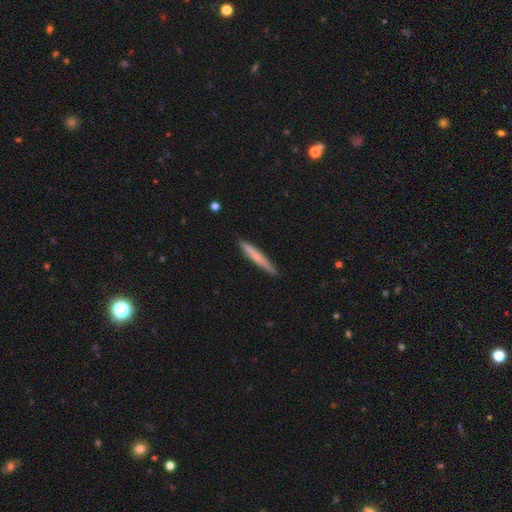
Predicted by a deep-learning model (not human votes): A smooth galaxy with no disk features (65%) that is cigar-shaped (96%).

Vote fractions:
- Smooth or featured? smooth: 65% / featured or disk: 29% / star or artifact: 5%
- How rounded? cigar-shaped: 96% / in between: 3% / round: 1%
- Merging? none: 89% / minor disturbance: 8% / major disturbance: 1% / merger: 1%